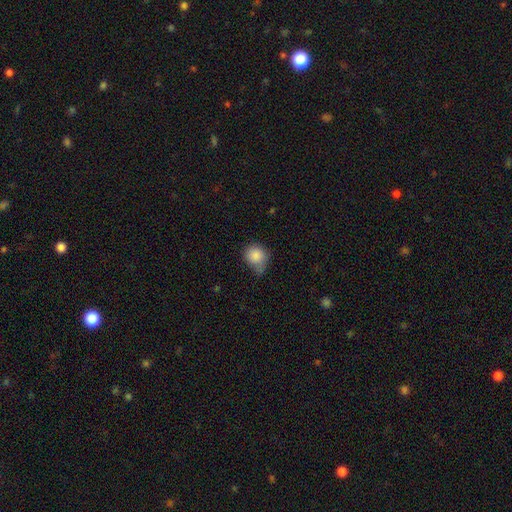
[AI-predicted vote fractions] This is clearly a smooth galaxy (84%). How rounded: likely round (77%). Merging: marginally none (44%).